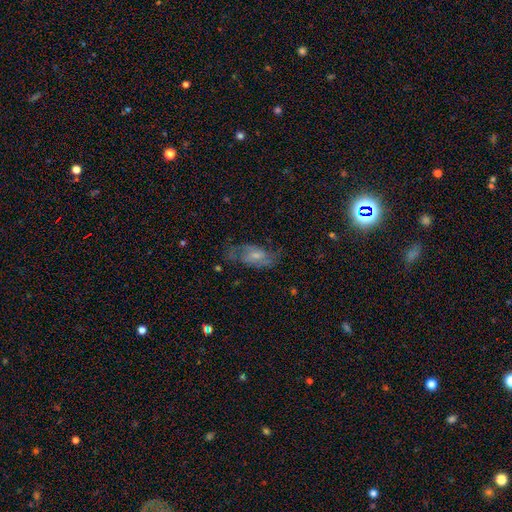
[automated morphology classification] Smooth or featured: featured or disk — 58% (smooth — 33%)
Edge-on disk: no — 93% (yes — 7%)
Bar: weak — 47% (no — 41%)
Spiral arms: yes — 79% (no — 21%)
Bulge size: small — 50% (moderate — 33%)
Merging: none — 59% (minor disturbance — 22%)